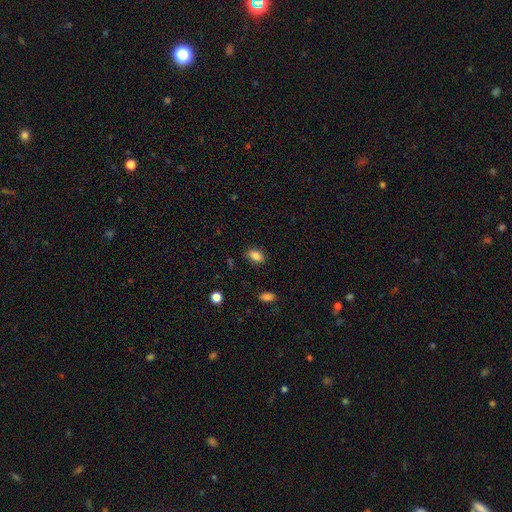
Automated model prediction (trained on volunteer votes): This appears to be a smooth galaxy with no disk features (86%) that is in between round and cigar-shaped (87%). Merging: none (84%).